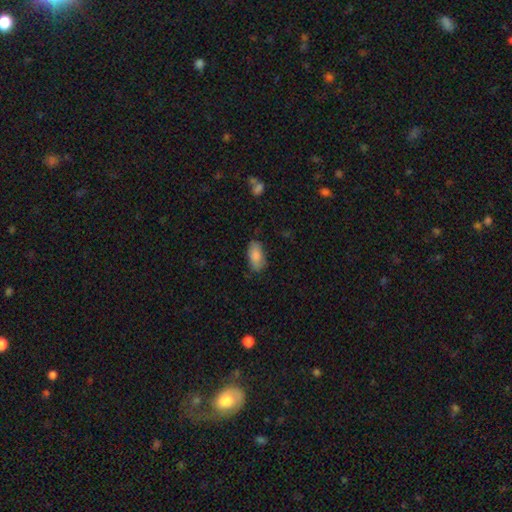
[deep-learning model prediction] This appears to be a smooth galaxy with no disk features (85%) that is in between round and cigar-shaped (91%). Merging: none (76%).